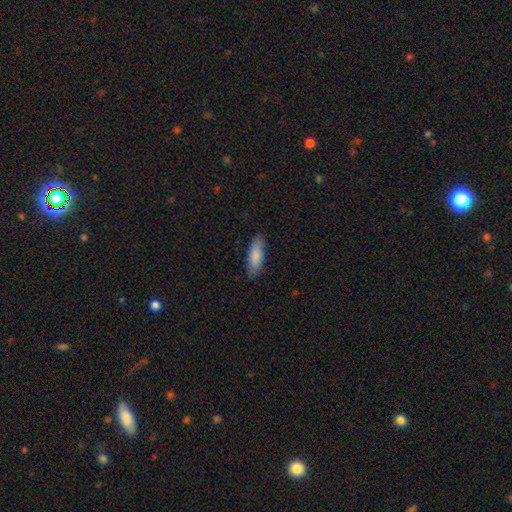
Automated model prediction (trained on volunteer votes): Overall: smooth (86%). How rounded: in between (61%; cigar-shaped 37%). Merging: none (83%).